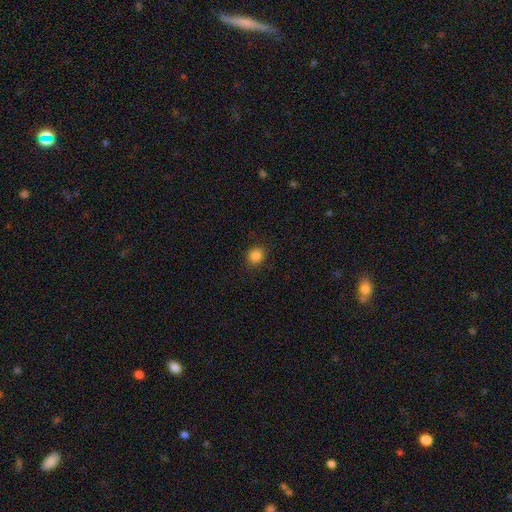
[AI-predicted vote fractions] A smooth galaxy with no disk features (85%) that is round (75%).

Vote fractions:
- Smooth or featured? smooth: 85% / star or artifact: 11% / featured or disk: 3%
- How rounded? round: 75% / in between: 24% / cigar-shaped: 1%
- Merging? none: 88% / minor disturbance: 9% / major disturbance: 3% / merger: 1%